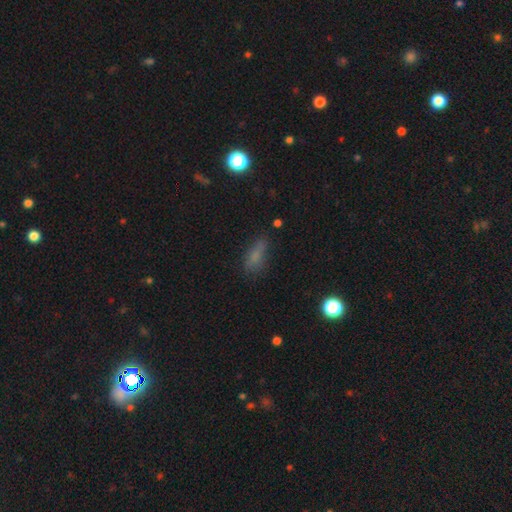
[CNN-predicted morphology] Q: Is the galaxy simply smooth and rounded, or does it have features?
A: smooth — 69%.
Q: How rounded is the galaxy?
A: in between — 66%.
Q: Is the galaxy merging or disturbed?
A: none — 58%.